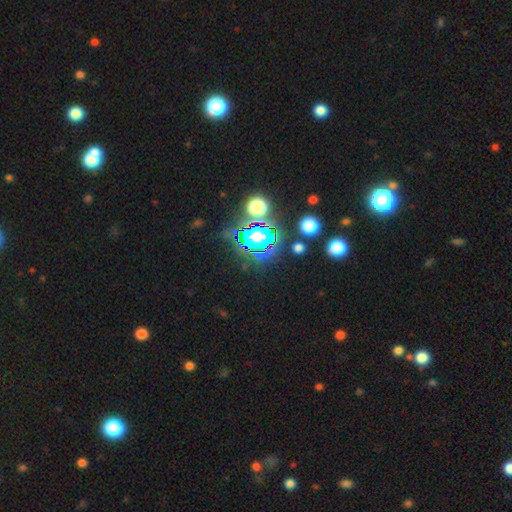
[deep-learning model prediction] Morphology: type=star or artifact (82%).